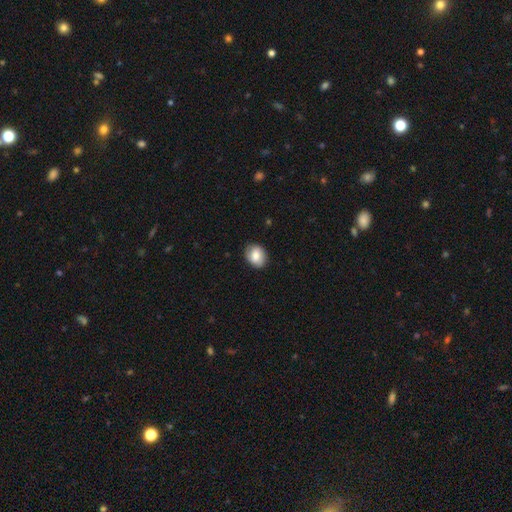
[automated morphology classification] Smooth or featured: smooth — 78% (featured or disk — 14%)
How rounded: in between — 56% (round — 43%)
Merging: none — 83% (minor disturbance — 13%)